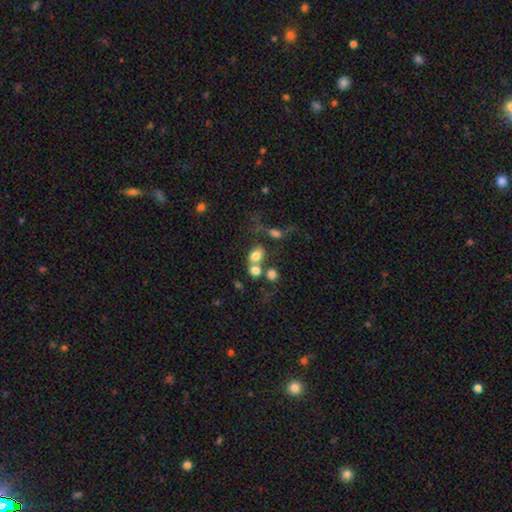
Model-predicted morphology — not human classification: A smooth galaxy with no disk features (74%) that is in between round and cigar-shaped (54%). Merging: merger (44%).